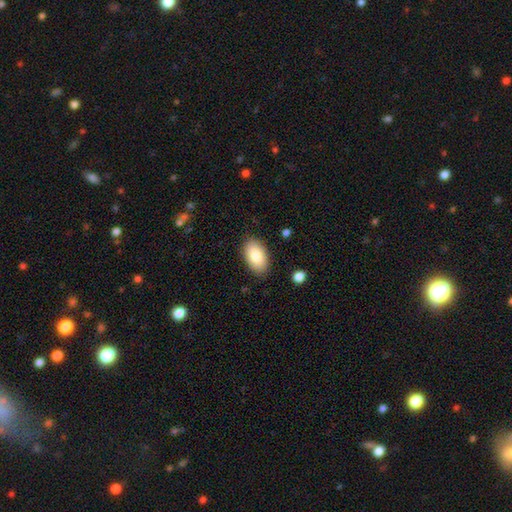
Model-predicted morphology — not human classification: Q: Smooth or featured?
A: smooth (83%); runner-up: featured or disk (10%)
Q: How rounded?
A: in between (95%); runner-up: round (4%)
Q: Merging?
A: none (86%); runner-up: minor disturbance (10%)